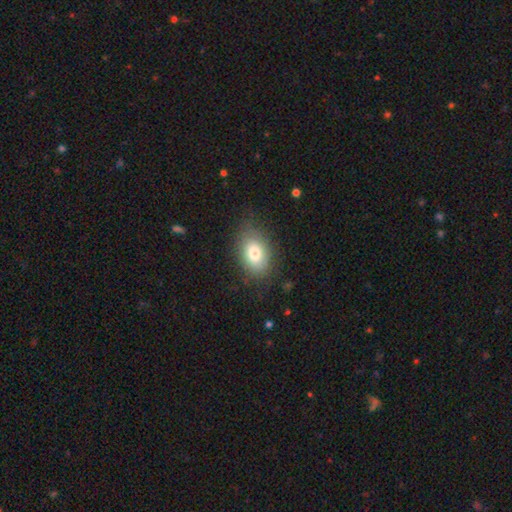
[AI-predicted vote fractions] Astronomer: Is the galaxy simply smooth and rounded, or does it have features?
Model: smooth — 78%.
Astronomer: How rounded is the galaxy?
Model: in between — 83%.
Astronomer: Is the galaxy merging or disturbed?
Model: none — 80%.